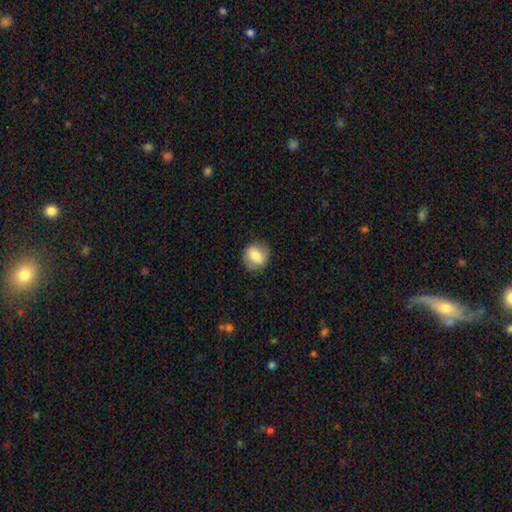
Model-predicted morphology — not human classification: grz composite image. It shows a smooth galaxy with no disk features (73%) that is round (67%). Merging: none (81%).